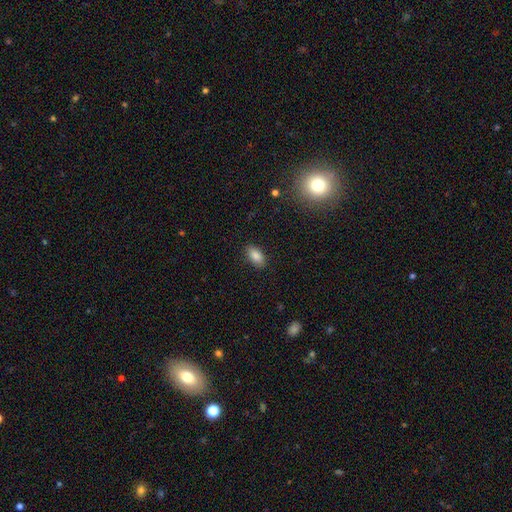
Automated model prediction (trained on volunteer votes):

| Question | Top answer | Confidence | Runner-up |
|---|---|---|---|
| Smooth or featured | smooth | 86% | star or artifact (9%) |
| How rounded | in between | 92% | cigar-shaped (4%) |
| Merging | none | 87% | minor disturbance (9%) |